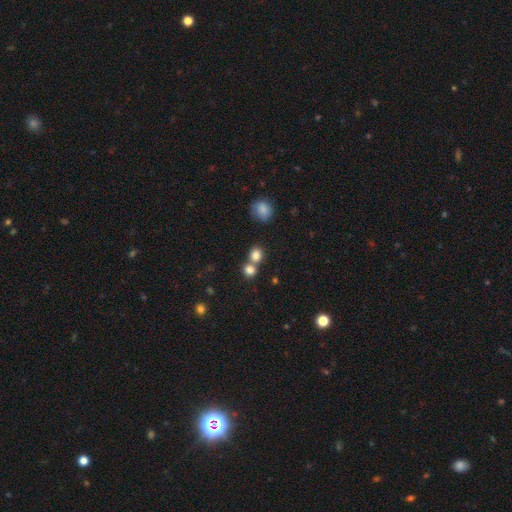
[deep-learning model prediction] Smooth or featured?
  - smooth: 82% *
  - star or artifact: 11%
  - featured or disk: 6%
How rounded?
  - round: 80% *
  - in between: 19%
  - cigar-shaped: 1%
Merging?
  - none: 48% *
  - merger: 43%
  - minor disturbance: 6%
  - major disturbance: 3%